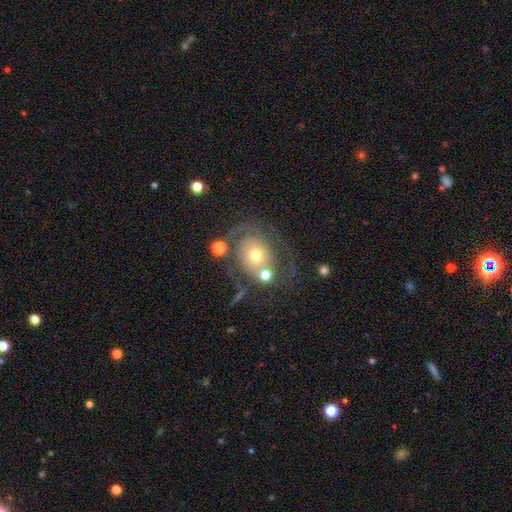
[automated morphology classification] The model was most divided on "bulge size": moderate: 59%, small: 31%, large: 6%, dominant: 2%, none: 2%. More confident: edge-on disk — no (96%); bar — no (84%); spiral arms — yes (71%); smooth or featured — featured or disk (63%); merging — none (52%).